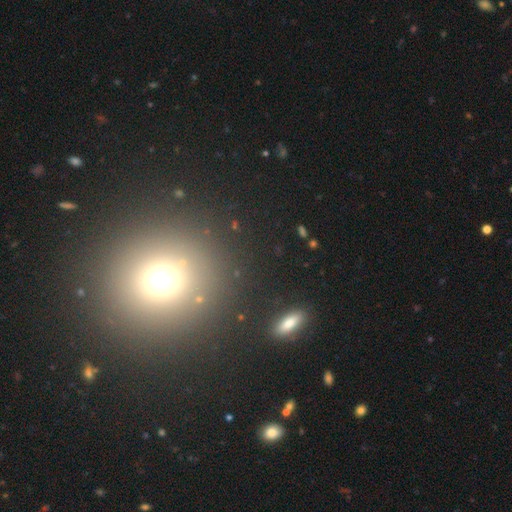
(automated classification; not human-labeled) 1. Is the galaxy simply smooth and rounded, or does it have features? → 61% smooth, 29% star or artifact, 10% featured or disk.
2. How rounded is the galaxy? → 89% round, 9% in between, 1% cigar-shaped.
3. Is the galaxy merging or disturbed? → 87% none, 6% minor disturbance, 3% merger, 3% major disturbance.